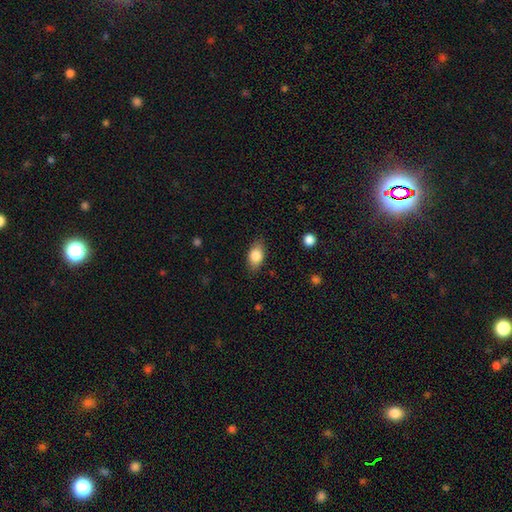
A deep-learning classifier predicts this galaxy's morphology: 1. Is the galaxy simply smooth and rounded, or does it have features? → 83% smooth, 10% featured or disk, 8% star or artifact.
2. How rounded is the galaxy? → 87% in between, 10% round, 3% cigar-shaped.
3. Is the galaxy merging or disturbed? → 83% none, 12% minor disturbance, 3% major disturbance, 1% merger.